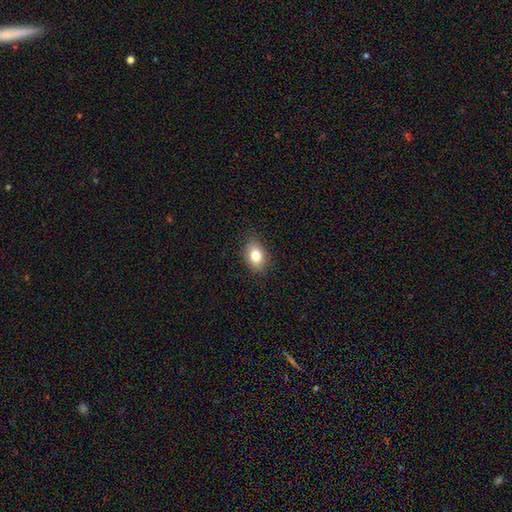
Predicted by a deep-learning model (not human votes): smooth 80%, featured or disk 11%, star or artifact 9%. Down the decision tree: how rounded — in between (76%); merging — none (85%).